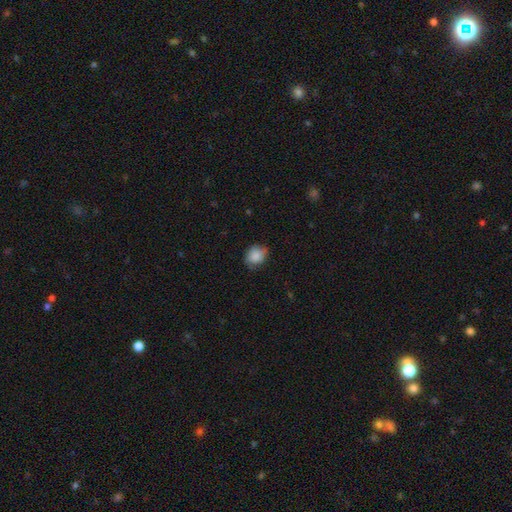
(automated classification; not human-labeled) This is clearly a smooth galaxy (85%). How rounded: possibly round (53%). Merging: likely none (69%).